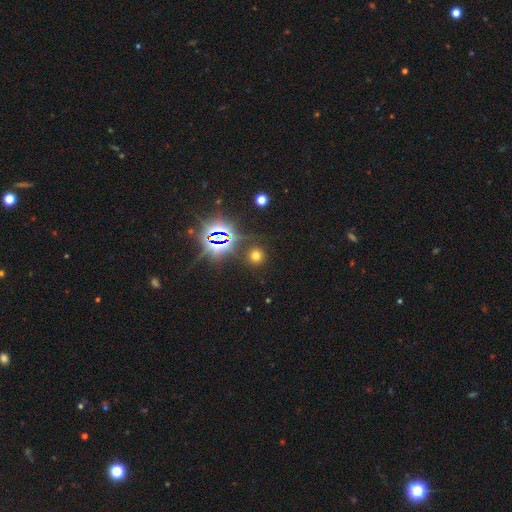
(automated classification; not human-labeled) Overall: smooth (59%; star or artifact 33%). How rounded: round (91%). Merging: none (87%).